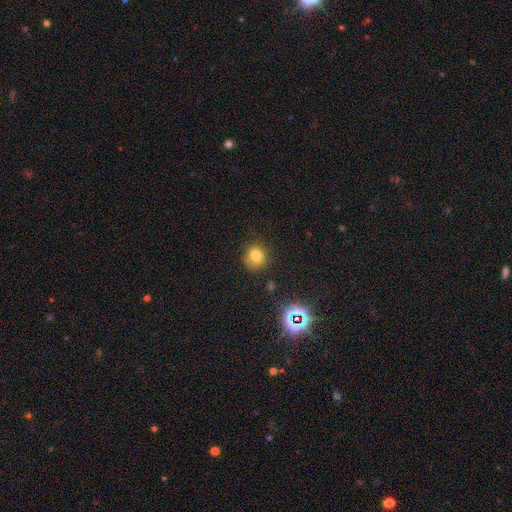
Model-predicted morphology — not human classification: Smooth or featured: smooth — 76% (star or artifact — 15%)
How rounded: round — 81% (in between — 19%)
Merging: none — 77% (minor disturbance — 16%)